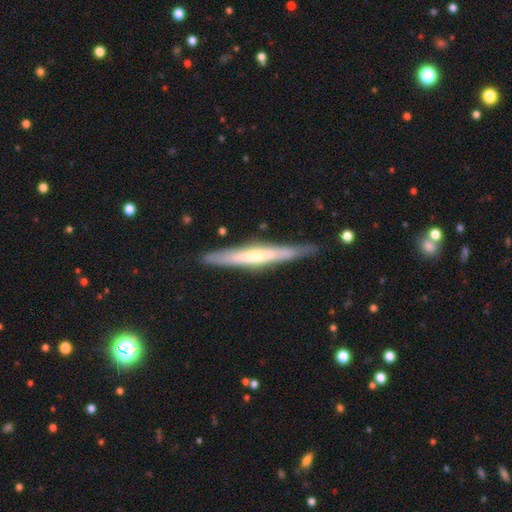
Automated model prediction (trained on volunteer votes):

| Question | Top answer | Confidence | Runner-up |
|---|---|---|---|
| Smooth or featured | featured or disk | 59% | smooth (35%) |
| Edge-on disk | yes | 93% | no (7%) |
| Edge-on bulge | rounded | 50% | none (39%) |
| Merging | none | 84% | minor disturbance (12%) |